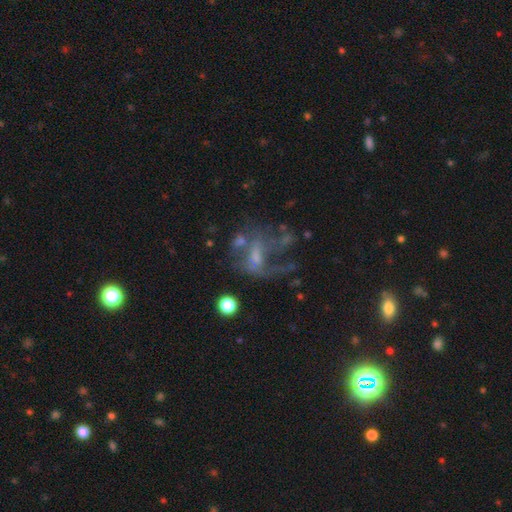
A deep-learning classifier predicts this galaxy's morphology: smooth-or-featured: featured or disk: 61% | smooth: 20% | star or artifact: 19%
  disk-edge-on: no: 96% | yes: 4%
    bar: no: 58% | weak: 32% | strong: 11%
    has-spiral-arms: no: 58% | yes: 42%
    bulge-size: small: 36% (tied) | none: 36% (tied) | moderate: 23% | large: 3% | dominant: 1%
  merging: major disturbance: 46% | none: 28% | minor disturbance: 14% | merger: 12%